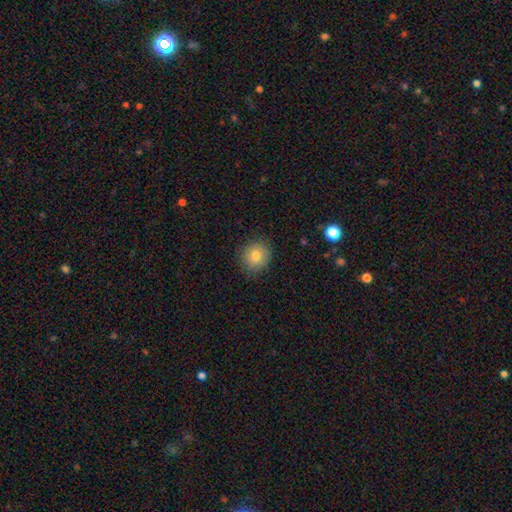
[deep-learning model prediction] Smooth or featured?
  - smooth: 80% *
  - star or artifact: 10%
  - featured or disk: 10%
How rounded?
  - round: 83% *
  - in between: 16%
  - cigar-shaped: 1%
Merging?
  - none: 86% *
  - minor disturbance: 10%
  - major disturbance: 3%
  - merger: 1%